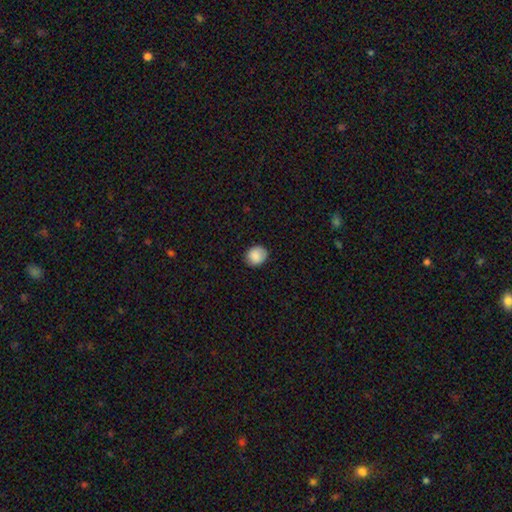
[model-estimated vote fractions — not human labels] smooth-or-featured: smooth: 87% | star or artifact: 8% | featured or disk: 5%
  how-rounded: round: 68% | in between: 31% | cigar-shaped: 1%
  merging: none: 84% | minor disturbance: 13% | major disturbance: 3% | merger: 1%